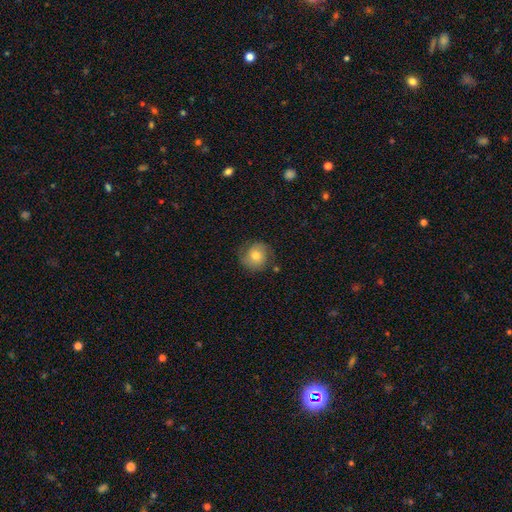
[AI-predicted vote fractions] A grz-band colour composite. It shows a smooth galaxy with no disk features (60%) that is round (86%). Merging: none (73%).